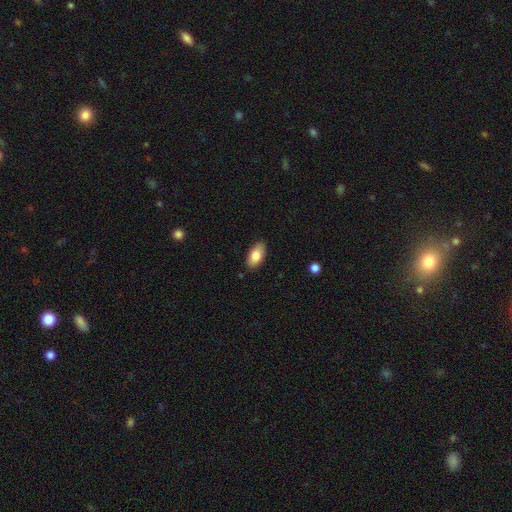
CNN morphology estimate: A smooth galaxy with no disk features (82%) that is in between round and cigar-shaped (92%). Merging: none (87%).